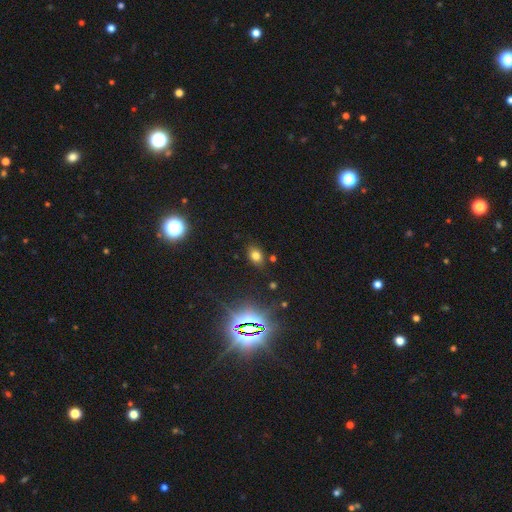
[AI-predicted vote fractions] Q: Smooth or featured?
A: smooth (69%); runner-up: star or artifact (22%)
Q: How rounded?
A: in between (77%); runner-up: round (21%)
Q: Merging?
A: none (80%); runner-up: minor disturbance (14%)